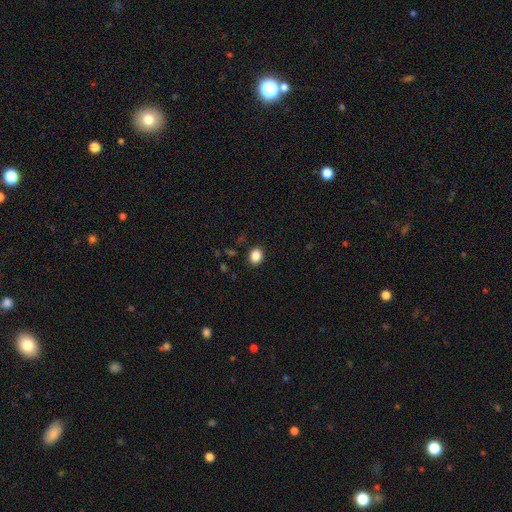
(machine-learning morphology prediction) A smooth galaxy with no disk features (87%) that is round (54%). Merging: none (89%).